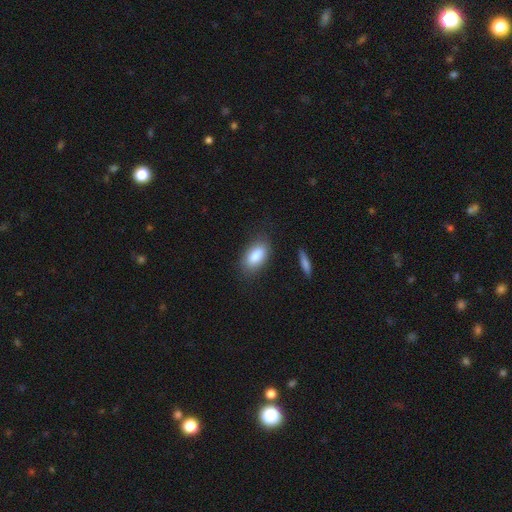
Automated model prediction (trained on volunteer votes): Overall: smooth (84%). How rounded: in between (88%). Merging: none (79%).